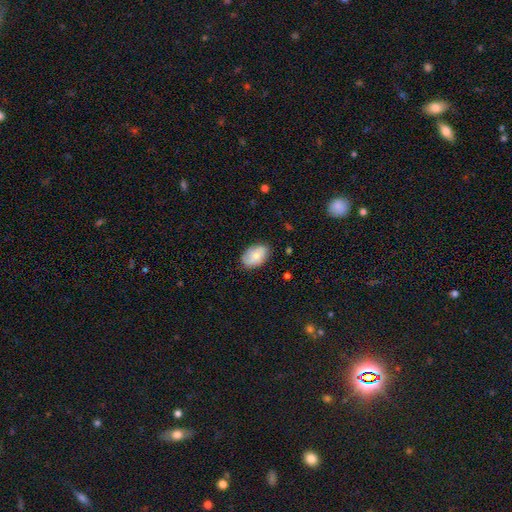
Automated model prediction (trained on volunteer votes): Smooth or featured?
  - smooth: 73% *
  - featured or disk: 20%
  - star or artifact: 7%
How rounded?
  - in between: 89% *
  - round: 10%
  - cigar-shaped: 1%
Merging?
  - none: 79% *
  - minor disturbance: 17%
  - major disturbance: 3%
  - merger: 1%